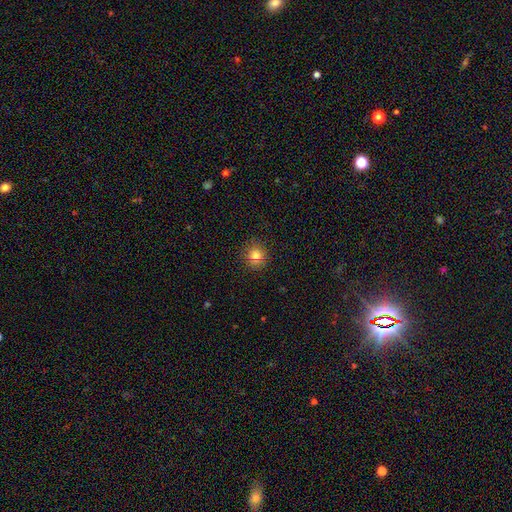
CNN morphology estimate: The model was most divided on "smooth or featured": smooth: 79%, star or artifact: 13%, featured or disk: 7%. More confident: how rounded — round (89%); merging — none (87%).